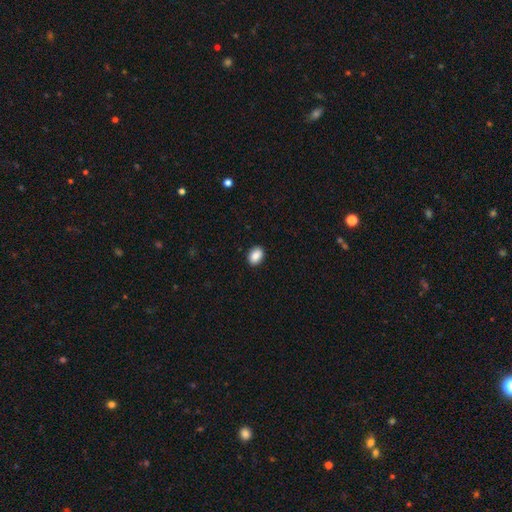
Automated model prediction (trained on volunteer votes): Smooth or featured: smooth — 89% (star or artifact — 7%)
How rounded: in between — 81% (round — 18%)
Merging: none — 91% (minor disturbance — 7%)